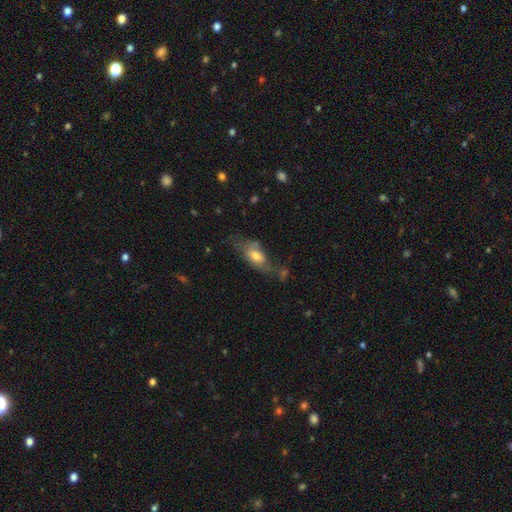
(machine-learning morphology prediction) Smooth or featured? Predicted: smooth (p=0.54). How rounded? Predicted: in between (p=0.84). Merging? Predicted: none (p=0.43).